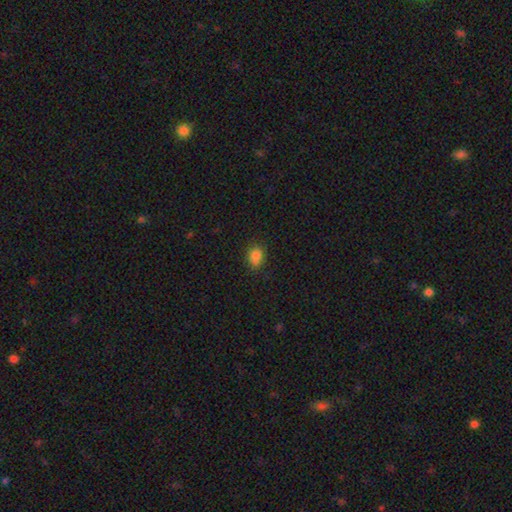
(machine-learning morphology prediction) This is likely a smooth galaxy (80%). How rounded: possibly in between (51%). Merging: likely none (67%).